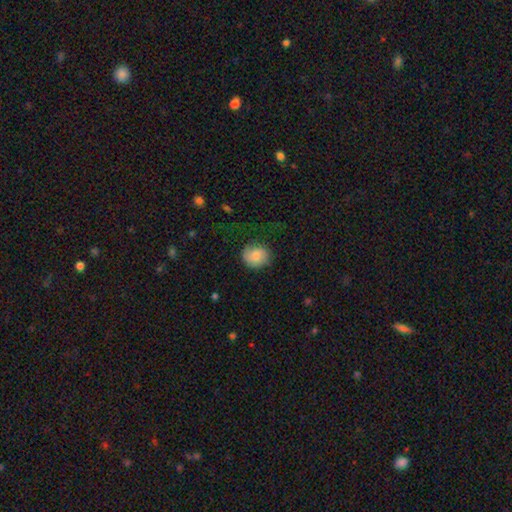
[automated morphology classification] type=smooth (78%); roundness=round (72%); merging=none (72%).